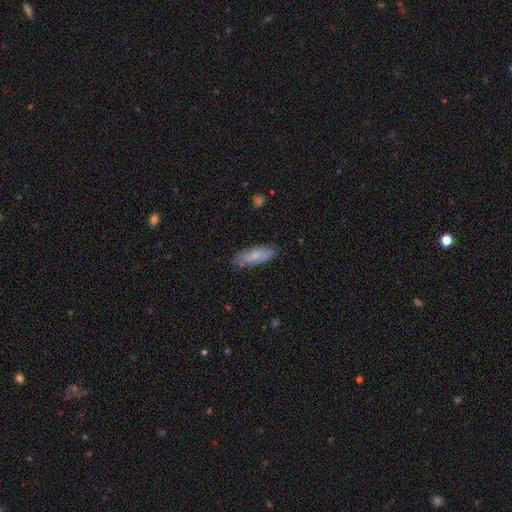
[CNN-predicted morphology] smooth_or_featured: smooth (p=0.62) [alt: featured or disk p=0.31]
how_rounded: in between (p=0.65) [alt: cigar-shaped p=0.33]
merging: none (p=0.77) [alt: minor disturbance p=0.18]